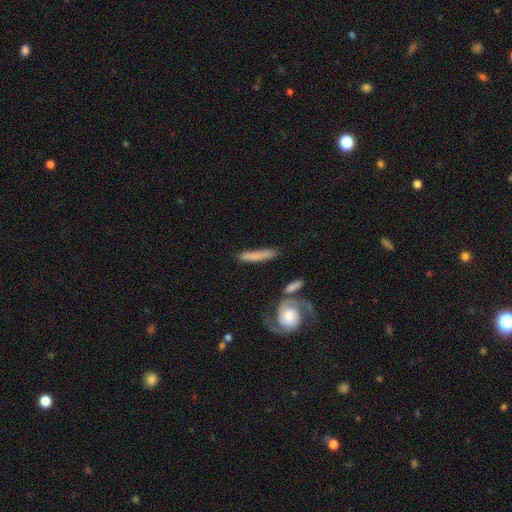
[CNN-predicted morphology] This appears to be a smooth galaxy with no disk features (60%) that is cigar-shaped (87%). Merging: none (64%).